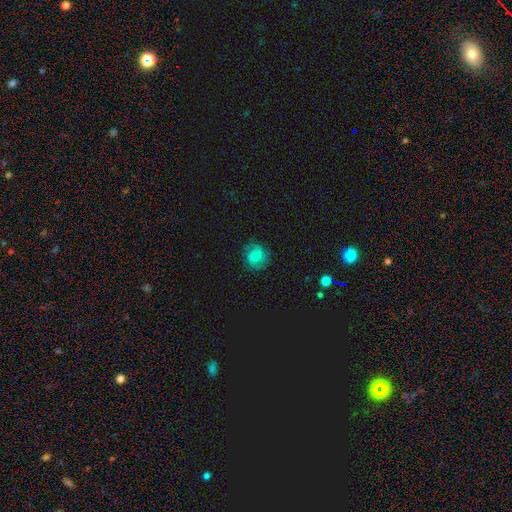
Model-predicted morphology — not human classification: smooth 65%, featured or disk 25%, star or artifact 10%. Down the decision tree: how rounded — round (81%); merging — none (77%).